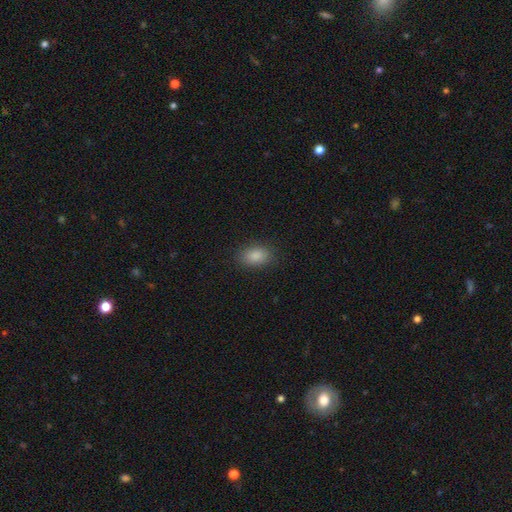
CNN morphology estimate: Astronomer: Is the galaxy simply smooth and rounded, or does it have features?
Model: smooth — 87%.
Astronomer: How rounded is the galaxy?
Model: in between — 83%.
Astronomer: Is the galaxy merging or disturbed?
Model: none — 86%.